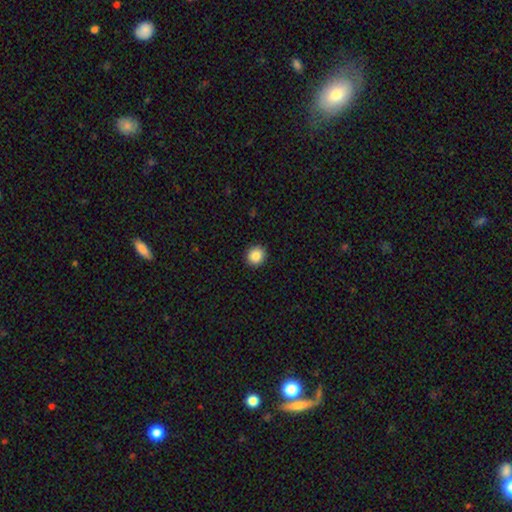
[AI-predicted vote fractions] Morphology: type=smooth (87%); roundness=round (90%); merging=none (92%).